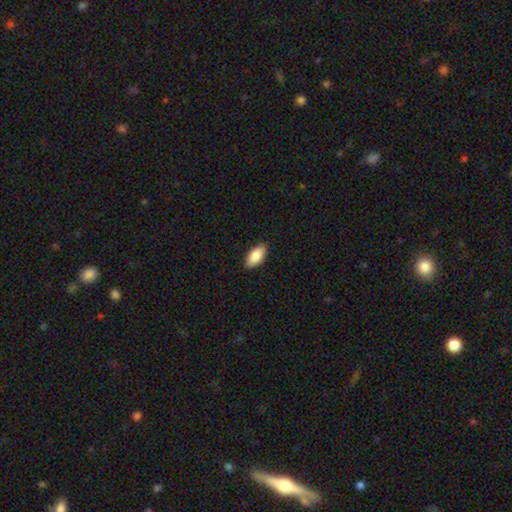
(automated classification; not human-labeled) This appears to be a smooth galaxy with no disk features (88%) that is in between round and cigar-shaped (93%). Merging: none (88%).